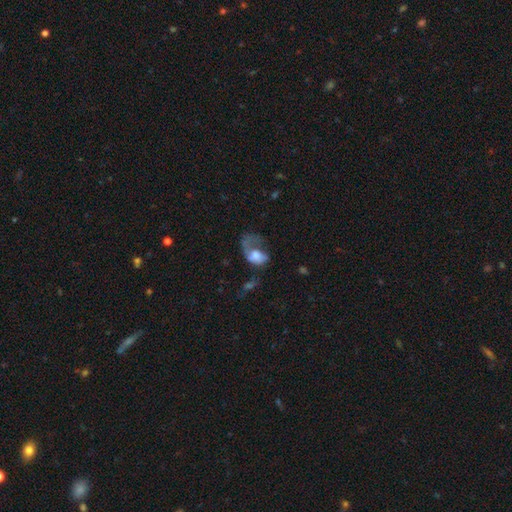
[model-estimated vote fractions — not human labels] This is possibly a smooth galaxy (47%). Merging: likely major disturbance (65%).